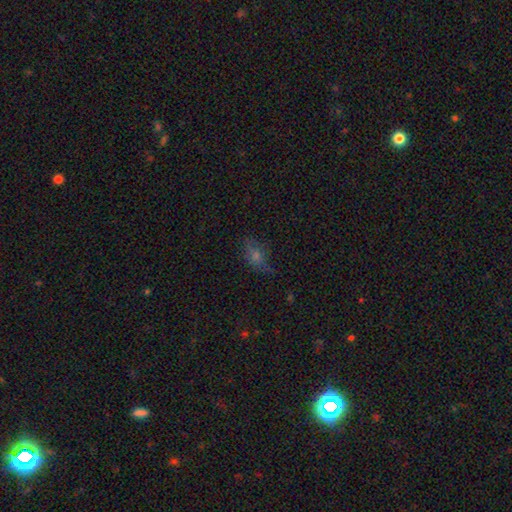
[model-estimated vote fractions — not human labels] Q: Smooth or featured?
A: smooth (55%); runner-up: featured or disk (23%)
Q: How rounded?
A: in between (75%); runner-up: round (18%)
Q: Merging?
A: none (61%); runner-up: minor disturbance (26%)